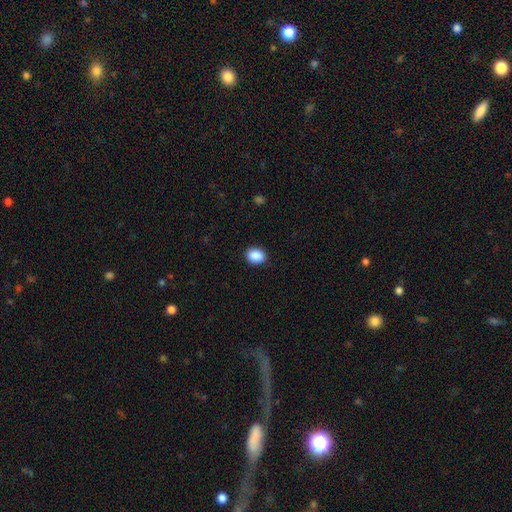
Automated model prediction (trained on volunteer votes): smooth_or_featured: smooth (p=0.90) [alt: star or artifact p=0.08]
how_rounded: in between (p=0.59) [alt: round p=0.41]
merging: none (p=0.89) [alt: minor disturbance p=0.08]